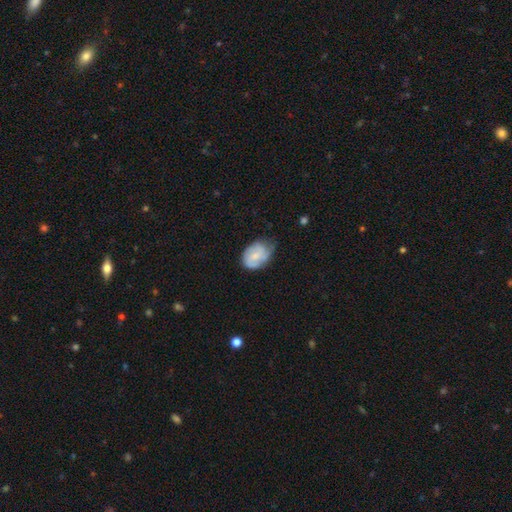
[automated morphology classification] This is possibly a smooth galaxy (53%). How rounded: likely in between (75%). Merging: marginally none (42%, tied with minor disturbance).